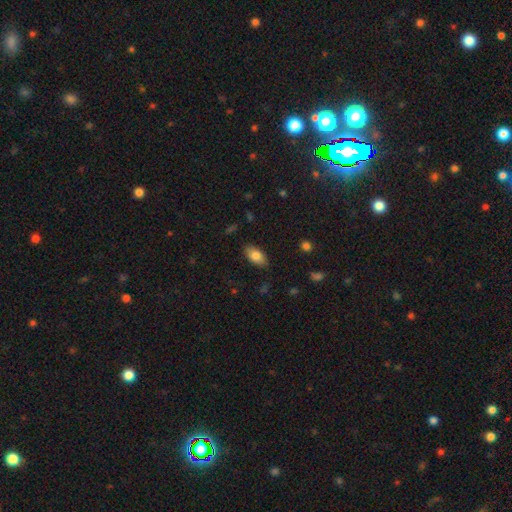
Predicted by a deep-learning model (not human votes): Smooth or featured? smooth (81%)
How rounded? in between (92%)
Merging? none (85%)